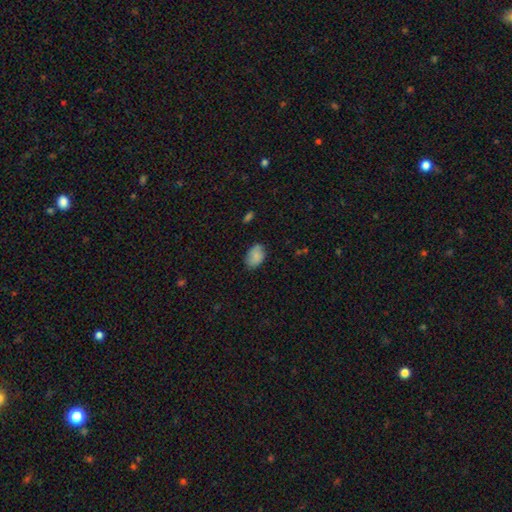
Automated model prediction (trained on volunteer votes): Smooth or featured: smooth — 85% (star or artifact — 8%)
How rounded: in between — 86% (round — 13%)
Merging: none — 76% (minor disturbance — 19%)